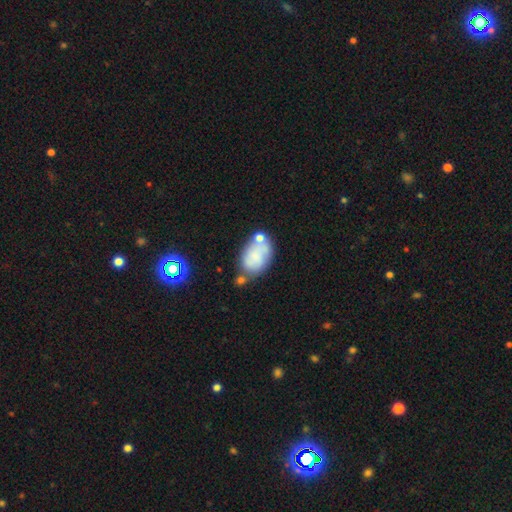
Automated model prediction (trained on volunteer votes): A smooth galaxy with no disk features (63%) that is in between round and cigar-shaped (86%).

Vote fractions:
- Smooth or featured? smooth: 63% / featured or disk: 28% / star or artifact: 9%
- How rounded? in between: 86% / round: 13% / cigar-shaped: 1%
- Merging? none: 46% / minor disturbance: 23% / merger: 22% / major disturbance: 10%